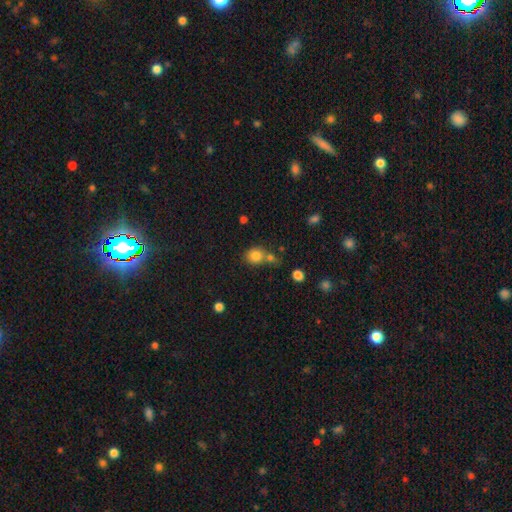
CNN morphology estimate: A smooth galaxy with no disk features (81%) that is round (74%).

Vote fractions:
- Smooth or featured? smooth: 81% / star or artifact: 11% / featured or disk: 7%
- How rounded? round: 74% / in between: 25% / cigar-shaped: 1%
- Merging? none: 51% / merger: 32% / minor disturbance: 12% / major disturbance: 5%